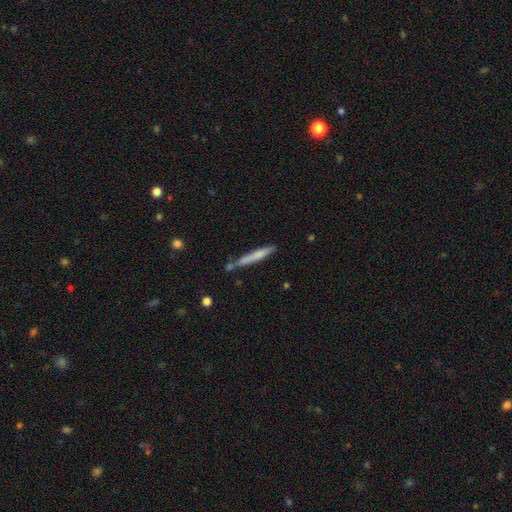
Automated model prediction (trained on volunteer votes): Smooth or featured? Predicted: smooth (p=0.63). How rounded? Predicted: cigar-shaped (p=0.95). Merging? Predicted: none (p=0.73).